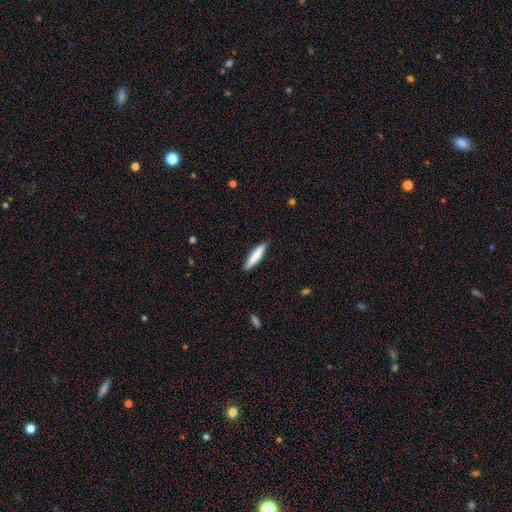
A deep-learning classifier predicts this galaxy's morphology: A smooth galaxy with no disk features (80%) that is cigar-shaped (87%).

Vote fractions:
- Smooth or featured? smooth: 80% / featured or disk: 15% / star or artifact: 5%
- How rounded? cigar-shaped: 87% / in between: 12% / round: 1%
- Merging? none: 89% / minor disturbance: 9% / major disturbance: 2% / merger: 1%